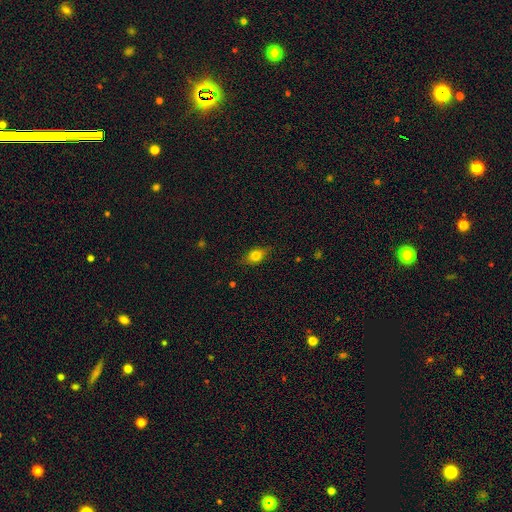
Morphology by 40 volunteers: Overall: smooth (72%). How rounded: in between (72%). Merging: none (79%).